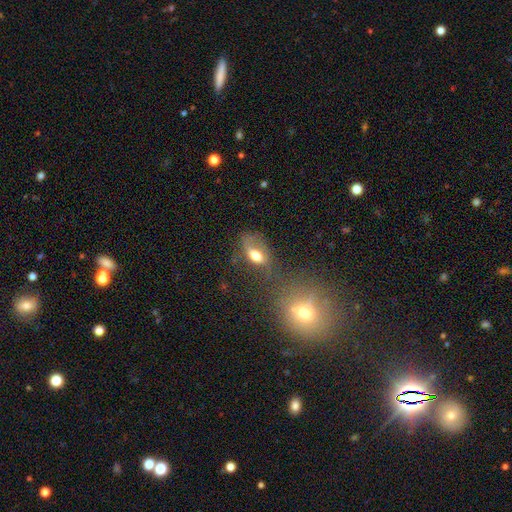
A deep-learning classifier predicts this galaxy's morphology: smooth_or_featured: smooth (p=0.59) [alt: featured or disk p=0.29]
how_rounded: in between (p=0.83) [alt: round p=0.10]
merging: none (p=0.41) [alt: minor disturbance p=0.26]